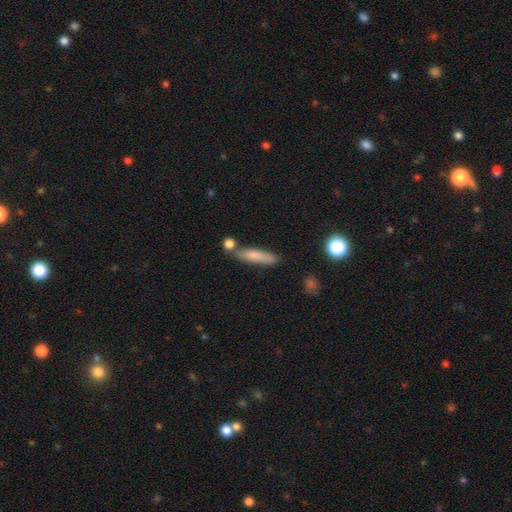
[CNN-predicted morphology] A smooth galaxy with no disk features (75%) that is cigar-shaped (83%).

Vote fractions:
- Smooth or featured? smooth: 75% / featured or disk: 17% / star or artifact: 7%
- How rounded? cigar-shaped: 83% / in between: 14% / round: 2%
- Merging? none: 73% / minor disturbance: 14% / merger: 10% / major disturbance: 3%